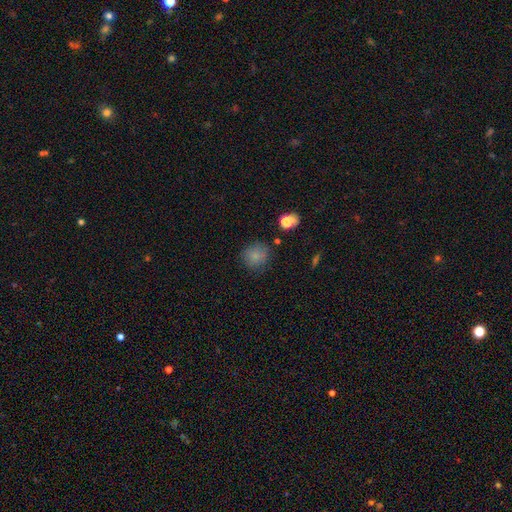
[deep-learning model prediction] A smooth galaxy with no disk features (80%) that is round (87%).

Vote fractions:
- Smooth or featured? smooth: 80% / star or artifact: 12% / featured or disk: 8%
- How rounded? round: 87% / in between: 12% / cigar-shaped: 1%
- Merging? none: 77% / minor disturbance: 15% / major disturbance: 5% / merger: 3%